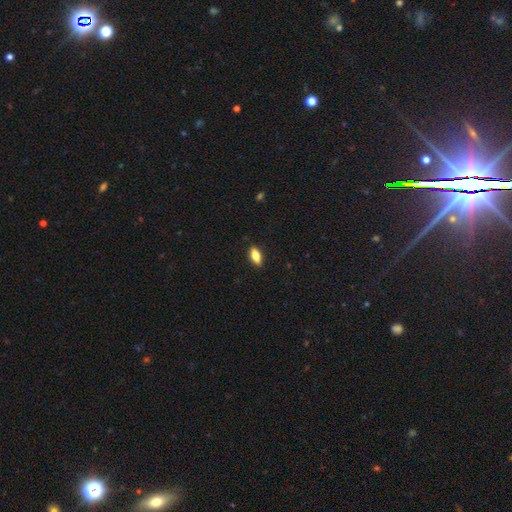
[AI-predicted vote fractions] Q: Smooth or featured?
A: smooth (82%); runner-up: featured or disk (11%)
Q: How rounded?
A: in between (83%); runner-up: cigar-shaped (14%)
Q: Merging?
A: none (87%); runner-up: minor disturbance (10%)